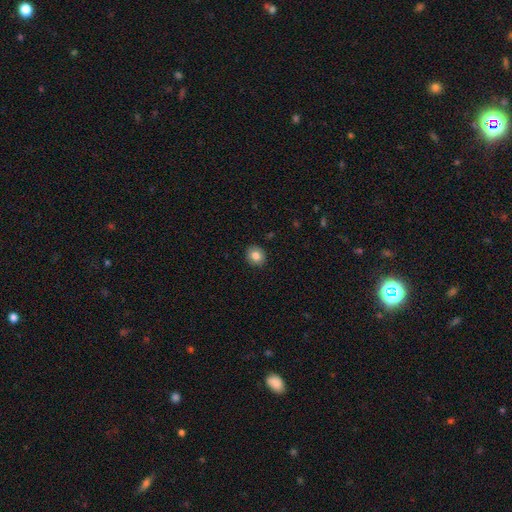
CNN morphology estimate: smooth 82%, star or artifact 9%, featured or disk 9%. Down the decision tree: how rounded — round (82%); merging — none (90%).